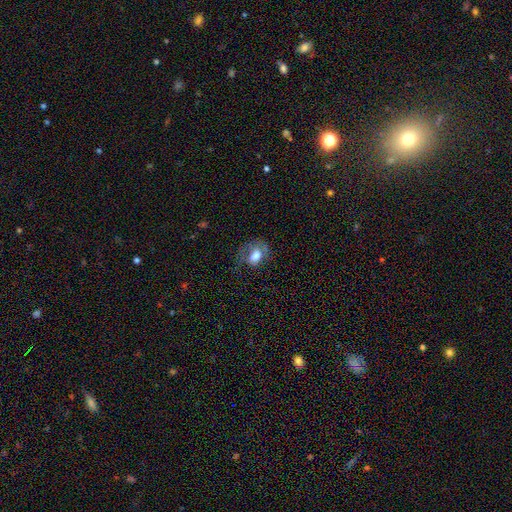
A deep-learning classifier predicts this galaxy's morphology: Q: Smooth or featured?
A: smooth (60%); runner-up: featured or disk (30%)
Q: How rounded?
A: in between (72%); runner-up: round (27%)
Q: Merging?
A: none (43%); runner-up: major disturbance (31%)